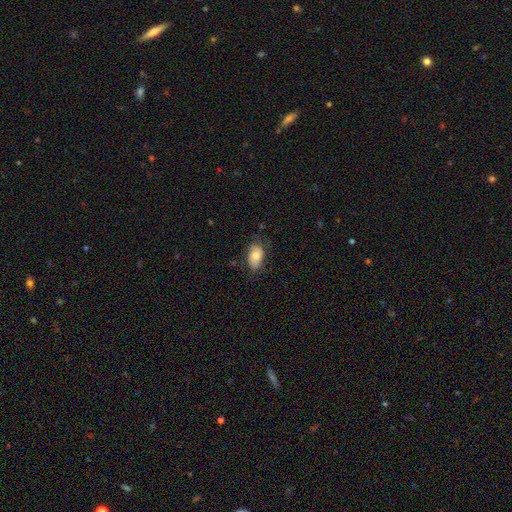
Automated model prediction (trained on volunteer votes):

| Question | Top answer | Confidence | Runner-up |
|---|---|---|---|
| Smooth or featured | smooth | 79% | featured or disk (14%) |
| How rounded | in between | 92% | round (6%) |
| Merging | none | 69% | minor disturbance (23%) |